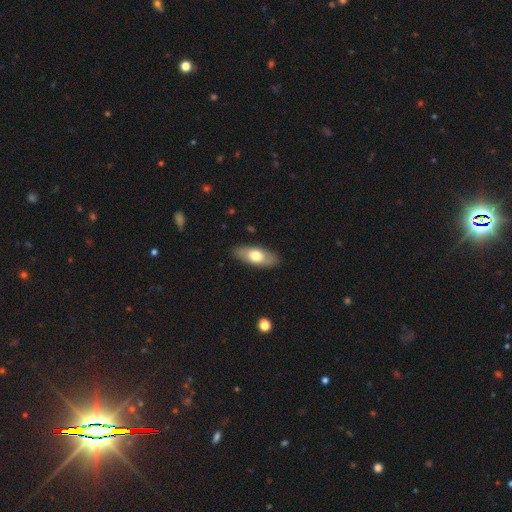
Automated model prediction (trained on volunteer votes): A smooth galaxy with no disk features (63%) that is in between round and cigar-shaped (78%).

Vote fractions:
- Smooth or featured? smooth: 63% / featured or disk: 32% / star or artifact: 5%
- How rounded? in between: 78% / cigar-shaped: 19% / round: 3%
- Merging? none: 87% / minor disturbance: 10% / major disturbance: 2% / merger: 1%